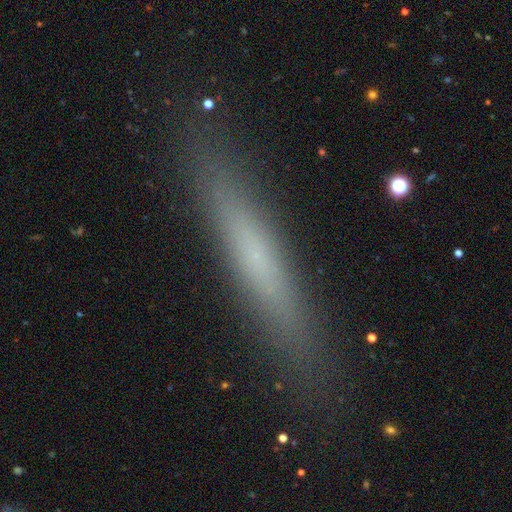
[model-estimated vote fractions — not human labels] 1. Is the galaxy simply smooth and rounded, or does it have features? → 54% smooth, 37% featured or disk, 10% star or artifact.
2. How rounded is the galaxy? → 93% cigar-shaped, 5% in between, 2% round.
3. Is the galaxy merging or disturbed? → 89% none, 8% minor disturbance, 2% major disturbance, 1% merger.